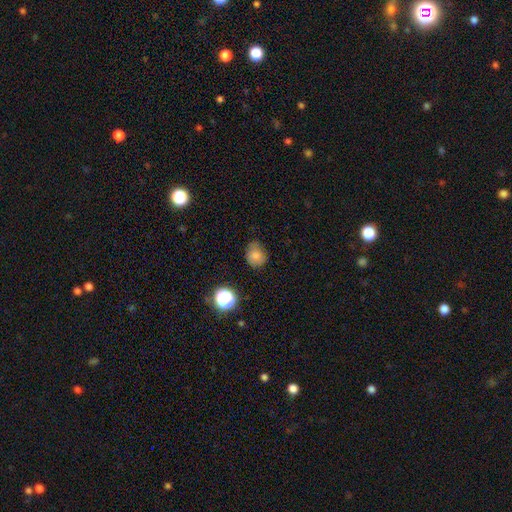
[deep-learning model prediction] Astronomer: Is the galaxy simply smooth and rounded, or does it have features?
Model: smooth — 79%.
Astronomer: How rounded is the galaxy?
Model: round — 64%.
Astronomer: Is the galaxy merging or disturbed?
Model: none — 69%.